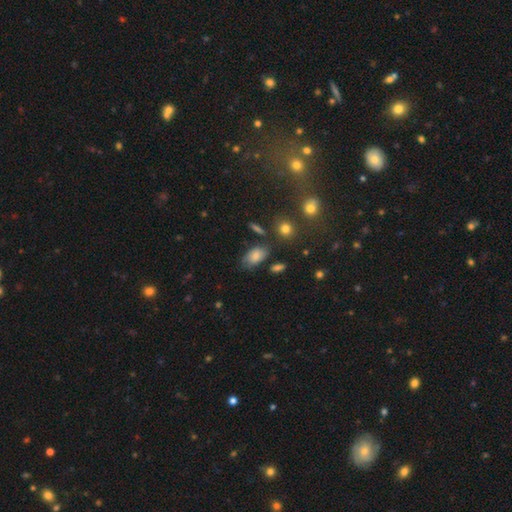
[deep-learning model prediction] The model was most divided on "merging": none: 65%, minor disturbance: 23%, major disturbance: 7%, merger: 5%. More confident: how rounded — in between (91%); smooth or featured — smooth (78%).